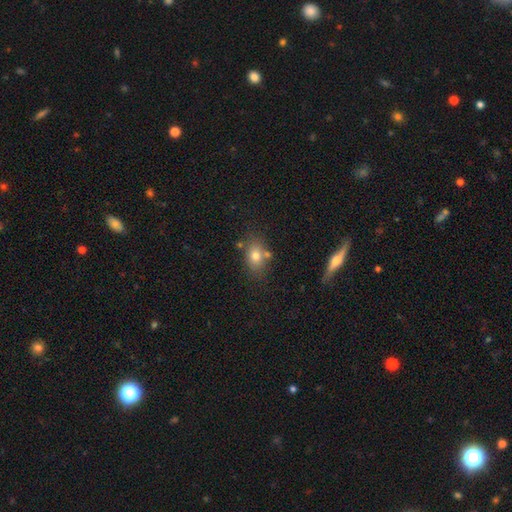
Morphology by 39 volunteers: A smooth galaxy with no disk features (72%) that is in between round and cigar-shaped (68%).

Vote fractions:
- Smooth or featured? smooth: 72% / featured or disk: 21% / star or artifact: 8%
- How rounded? in between: 68% / round: 32% / cigar-shaped: 0%
- Merging? none: 67% / minor disturbance: 25% / merger: 6% / major disturbance: 3%